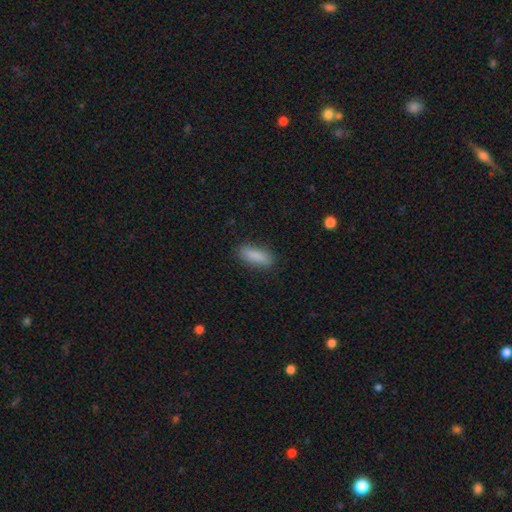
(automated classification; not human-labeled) smooth_or_featured: smooth (p=0.87) [alt: star or artifact p=0.07]
how_rounded: in between (p=0.60) [alt: cigar-shaped p=0.38]
merging: none (p=0.85) [alt: minor disturbance p=0.11]